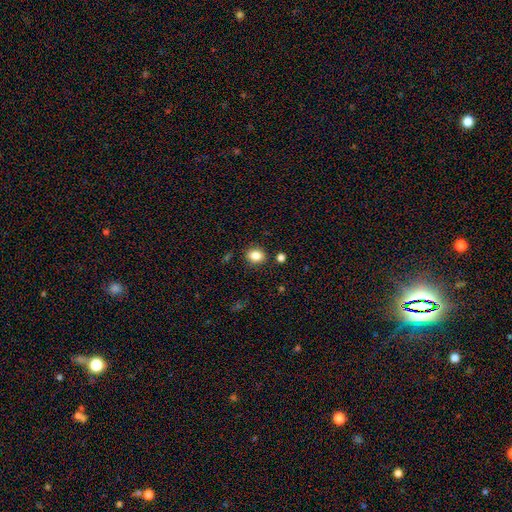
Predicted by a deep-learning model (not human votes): smooth_or_featured: smooth (p=0.84) [alt: star or artifact p=0.10]
how_rounded: round (p=0.54) [alt: in between p=0.45]
merging: none (p=0.86) [alt: minor disturbance p=0.09]